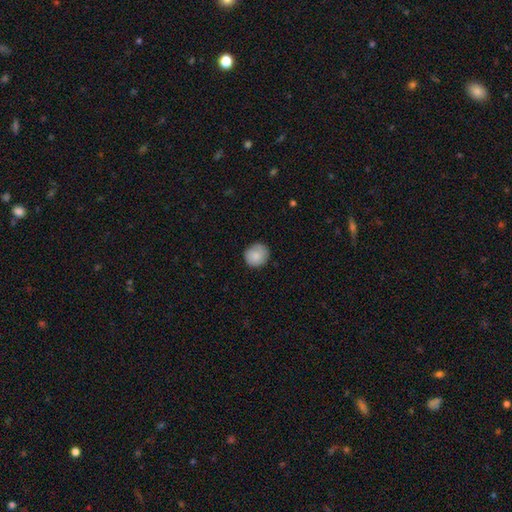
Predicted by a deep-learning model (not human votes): smooth 85%, featured or disk 8%, star or artifact 7%. Down the decision tree: how rounded — round (87%); merging — none (84%).